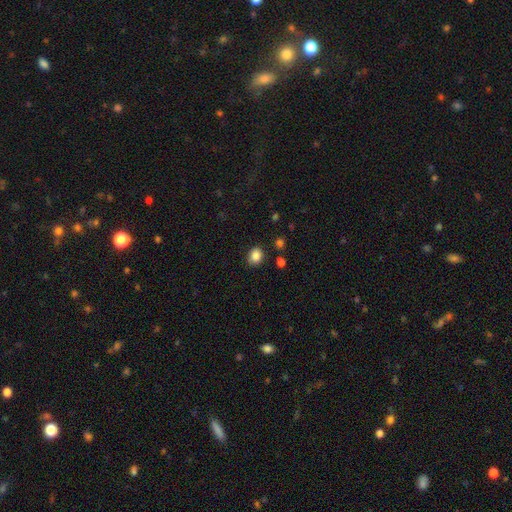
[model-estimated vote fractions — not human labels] Overall: smooth (86%). How rounded: round (55%; in between 44%). Merging: none (85%).